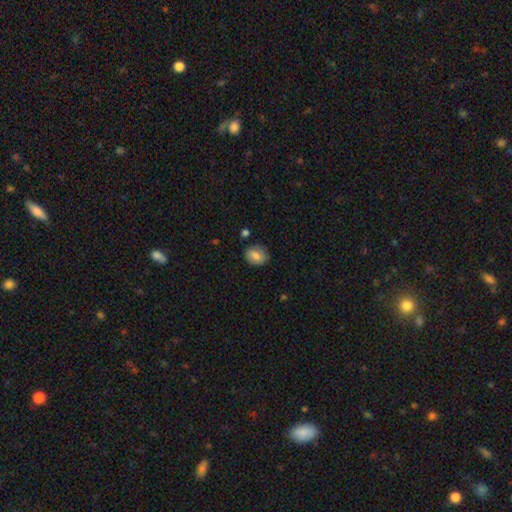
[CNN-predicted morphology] This is likely a smooth galaxy (80%). How rounded: possibly in between (55%). Merging: likely none (77%).